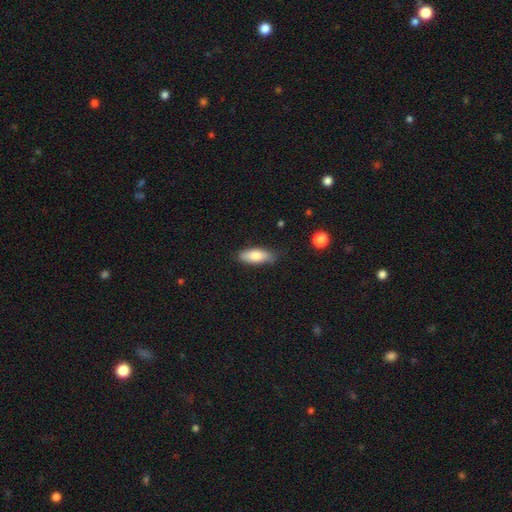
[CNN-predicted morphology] smooth_or_featured: smooth (p=0.79) [alt: featured or disk p=0.15]
how_rounded: in between (p=0.69) [alt: cigar-shaped p=0.28]
merging: none (p=0.80) [alt: minor disturbance p=0.16]